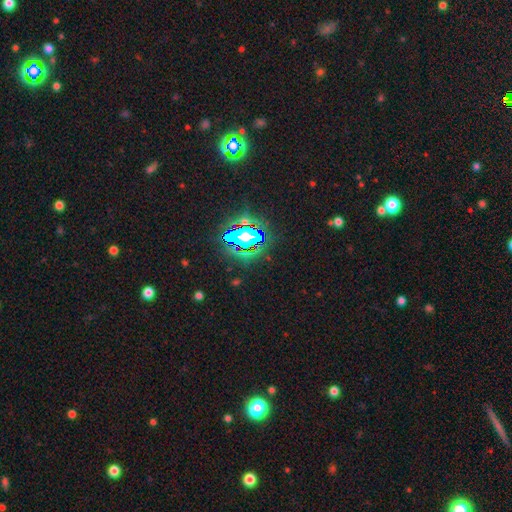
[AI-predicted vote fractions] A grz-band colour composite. It shows a star or artifact, not a galaxy (83%).